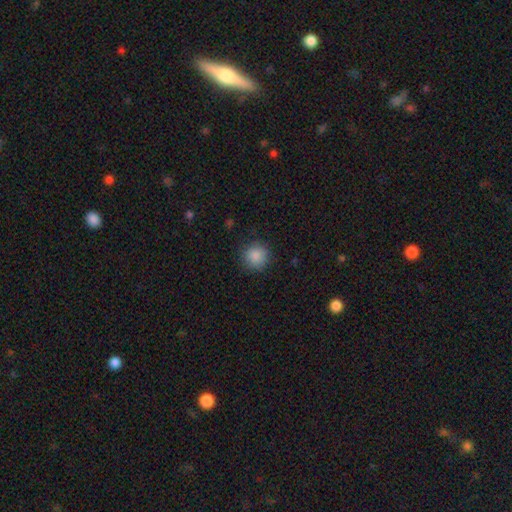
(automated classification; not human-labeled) smooth_or_featured: smooth (p=0.87) [alt: star or artifact p=0.09]
how_rounded: round (p=0.93) [alt: in between p=0.06]
merging: none (p=0.87) [alt: minor disturbance p=0.09]